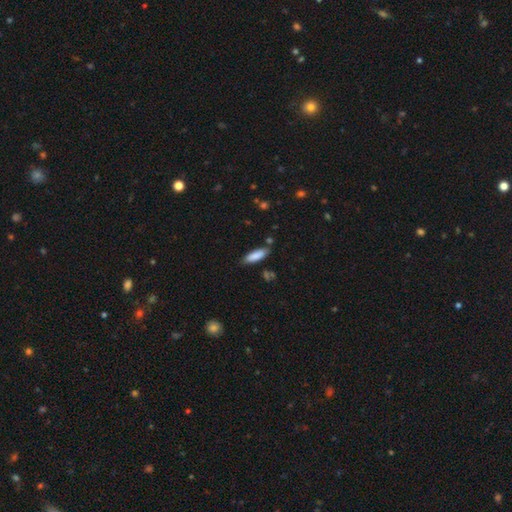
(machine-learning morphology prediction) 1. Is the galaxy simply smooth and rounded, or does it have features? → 86% smooth, 8% featured or disk, 6% star or artifact.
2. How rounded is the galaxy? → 54% in between, 45% cigar-shaped, 1% round.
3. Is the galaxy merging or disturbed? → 78% none, 15% minor disturbance, 4% merger, 3% major disturbance.